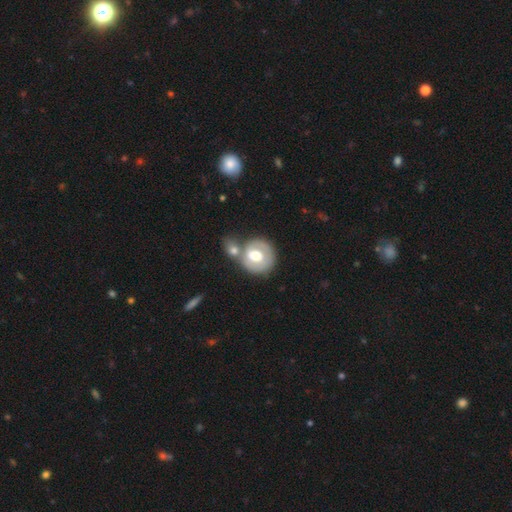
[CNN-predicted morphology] This is possibly a smooth galaxy (48%). Merging: marginally merger (40%, tied with none).